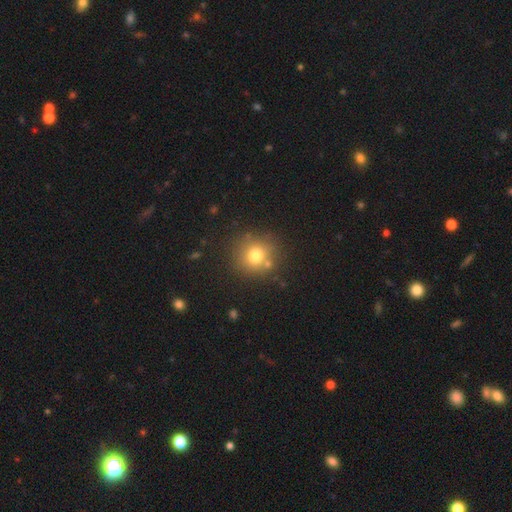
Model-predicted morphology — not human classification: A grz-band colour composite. It shows a smooth galaxy with no disk features (75%) that is round (89%). Merging: none (78%).